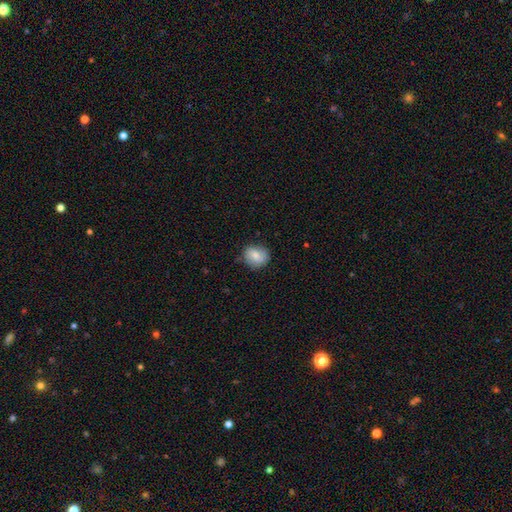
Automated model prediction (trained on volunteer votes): Smooth or featured?
  - smooth: 70% *
  - featured or disk: 23%
  - star or artifact: 8%
How rounded?
  - round: 74% *
  - in between: 25%
  - cigar-shaped: 1%
Merging?
  - none: 78% *
  - minor disturbance: 17%
  - major disturbance: 4%
  - merger: 1%